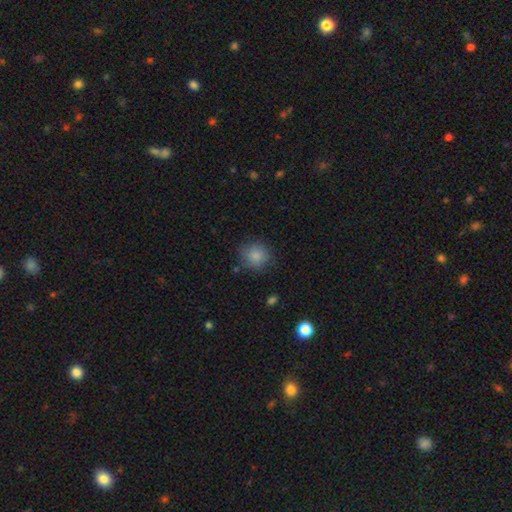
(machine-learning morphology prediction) type=smooth (85%); roundness=round (87%); merging=none (80%).